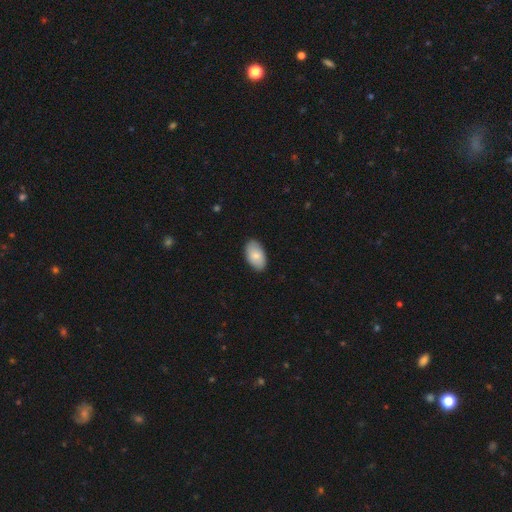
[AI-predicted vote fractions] Smooth or featured: smooth — 80% (featured or disk — 14%)
How rounded: in between — 95% (round — 4%)
Merging: none — 87% (minor disturbance — 11%)